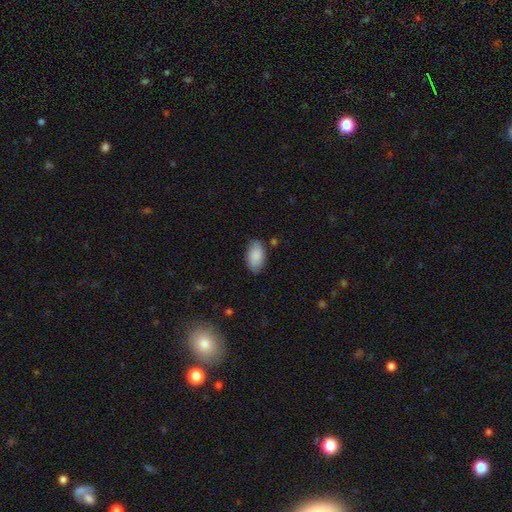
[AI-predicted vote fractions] Overall: smooth (87%). How rounded: in between (95%). Merging: none (80%).